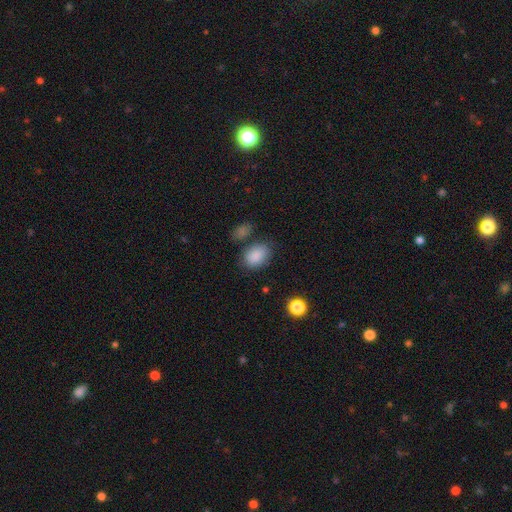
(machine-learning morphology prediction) Q: Smooth or featured?
A: smooth (87%); runner-up: star or artifact (8%)
Q: How rounded?
A: in between (80%); runner-up: round (19%)
Q: Merging?
A: none (71%); runner-up: minor disturbance (16%)